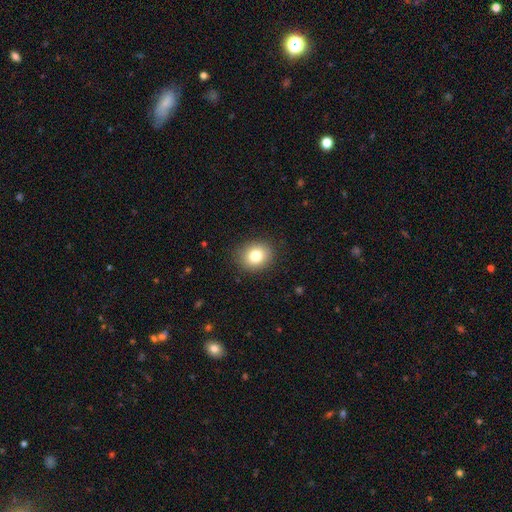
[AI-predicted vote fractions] smooth_or_featured: smooth (p=0.81) [alt: star or artifact p=0.10]
how_rounded: round (p=0.68) [alt: in between p=0.31]
merging: none (p=0.88) [alt: minor disturbance p=0.09]